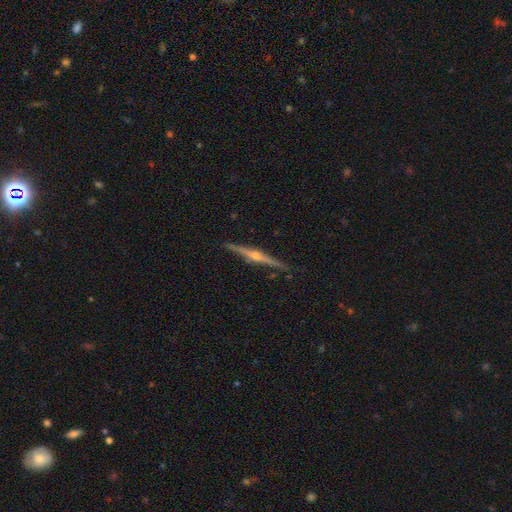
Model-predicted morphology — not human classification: type=featured or disk (86%); edge-on=yes (98%); edge-on bulge=rounded (92%); merging=none (90%).